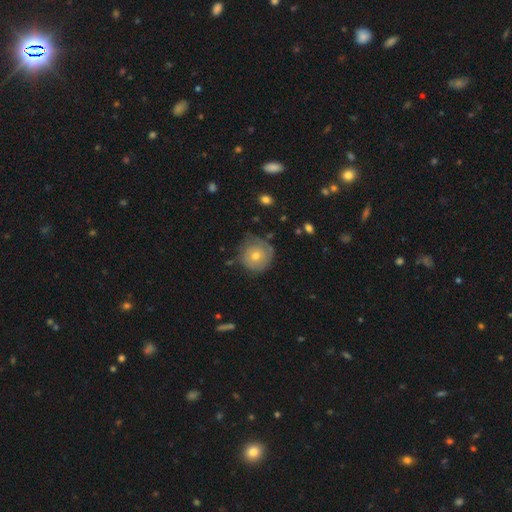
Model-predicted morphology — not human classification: Smooth or featured: smooth — 49% (featured or disk — 40%)
Merging: none — 74% (minor disturbance — 19%)